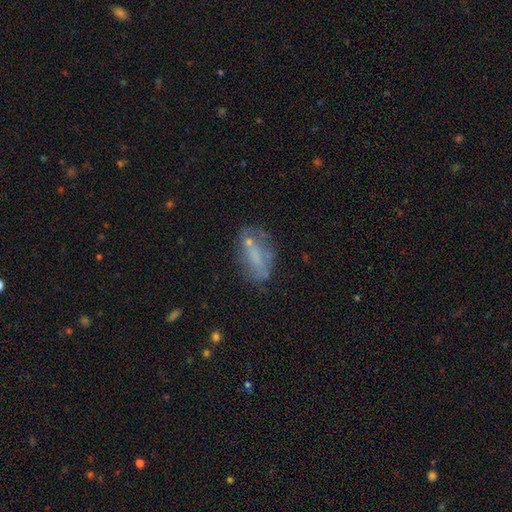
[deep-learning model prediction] Smooth or featured? Predicted: smooth (p=0.49). Merging? Predicted: none (p=0.52).